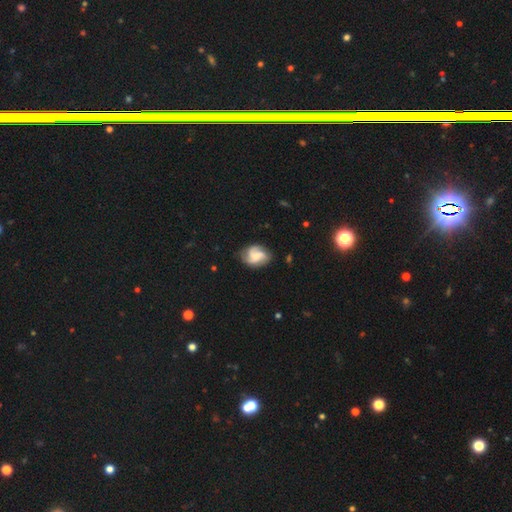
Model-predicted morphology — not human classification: Smooth or featured? Predicted: featured or disk (p=0.64). Edge-on disk? Predicted: no (p=0.98). Bar? Predicted: no (p=0.55). Spiral arms? Predicted: yes (p=0.92). Spiral winding? Predicted: medium (p=0.44). Spiral arm count? Predicted: 3 (p=0.50). Bulge size? Predicted: none (p=0.34). Merging? Predicted: none (p=0.69).